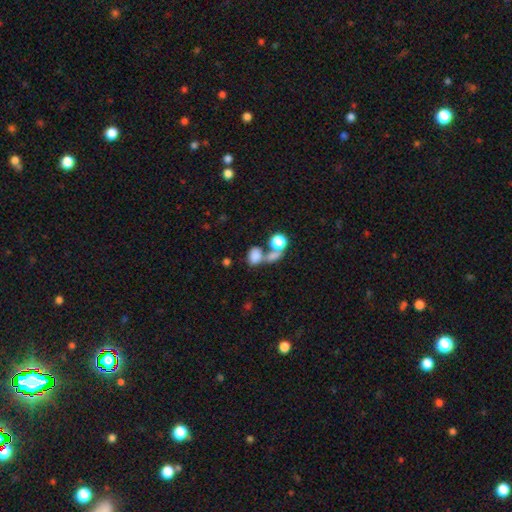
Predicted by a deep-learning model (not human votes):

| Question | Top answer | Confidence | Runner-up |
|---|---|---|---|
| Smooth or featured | smooth | 77% | star or artifact (12%) |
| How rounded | in between | 70% | round (28%) |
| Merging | merger | 49% | none (33%) |